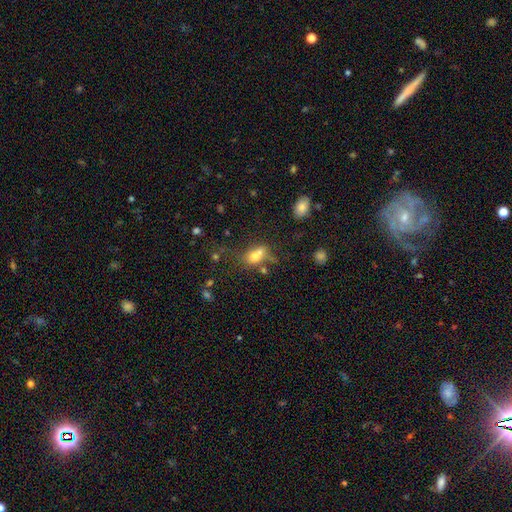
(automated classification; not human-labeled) This is likely a smooth galaxy (67%). How rounded: likely in between (63%). Merging: possibly merger (48%).